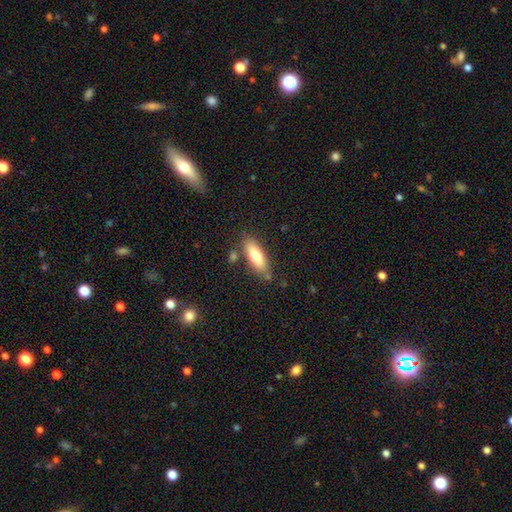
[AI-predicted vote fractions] smooth_or_featured: smooth (p=0.76) [alt: featured or disk p=0.17]
how_rounded: in between (p=0.60) [alt: cigar-shaped p=0.38]
merging: none (p=0.76) [alt: minor disturbance p=0.15]